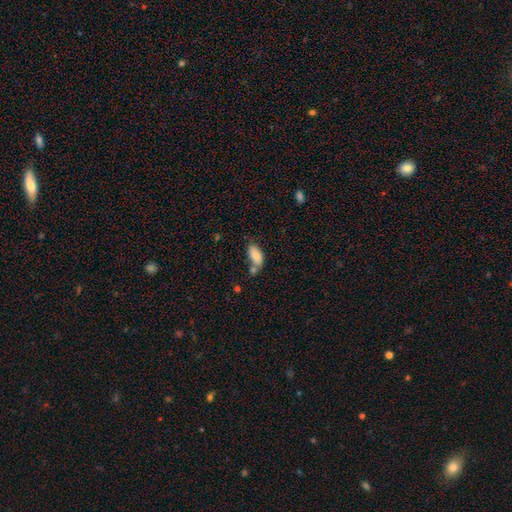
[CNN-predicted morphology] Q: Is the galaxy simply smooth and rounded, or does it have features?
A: smooth — 77%.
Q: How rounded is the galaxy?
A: in between — 91%.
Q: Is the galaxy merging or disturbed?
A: none — 43%.